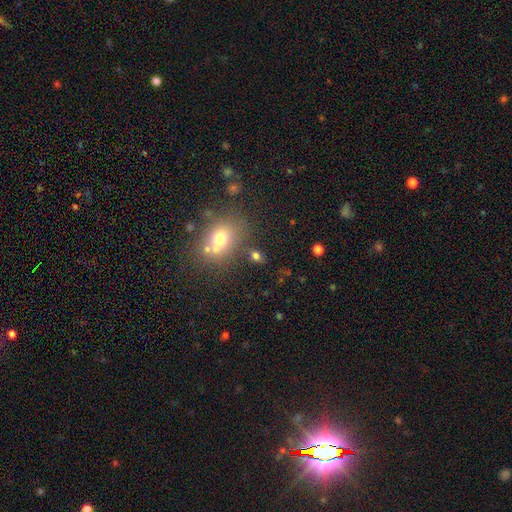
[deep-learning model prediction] A smooth galaxy with no disk features (72%) that is in between round and cigar-shaped (64%). Merging: none (67%).